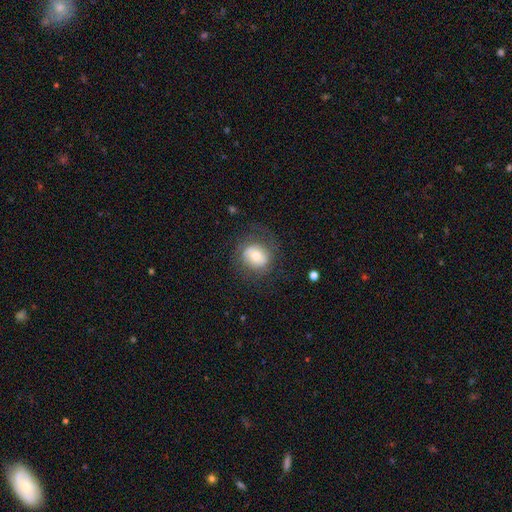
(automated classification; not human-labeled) Smooth or featured? smooth (56%)
How rounded? round (66%)
Merging? none (68%)